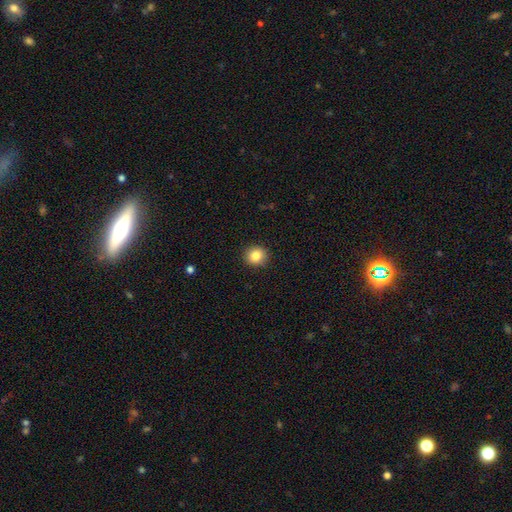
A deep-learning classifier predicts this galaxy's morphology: Overall: smooth (84%). How rounded: round (90%). Merging: none (92%).